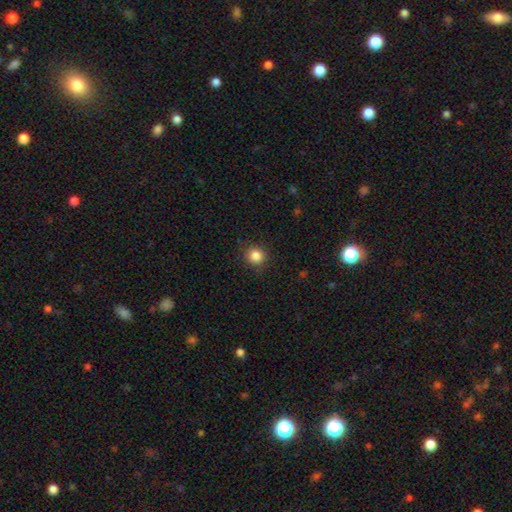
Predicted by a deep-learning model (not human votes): smooth_or_featured: smooth (p=0.85) [alt: star or artifact p=0.11]
how_rounded: round (p=0.90) [alt: in between p=0.09]
merging: none (p=0.88) [alt: minor disturbance p=0.08]